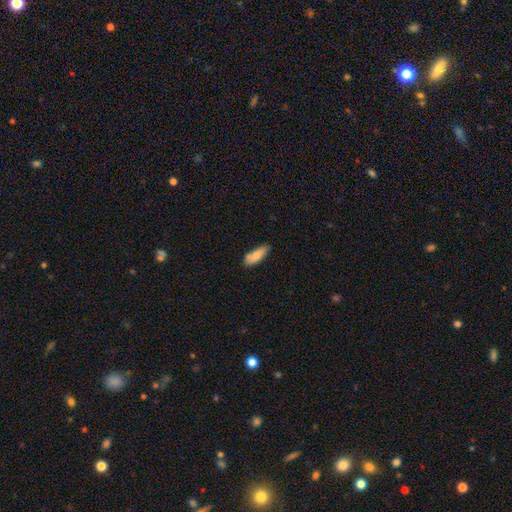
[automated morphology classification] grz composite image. It shows a smooth galaxy with no disk features (83%) that is in between round and cigar-shaped (61%). Merging: none (70%).